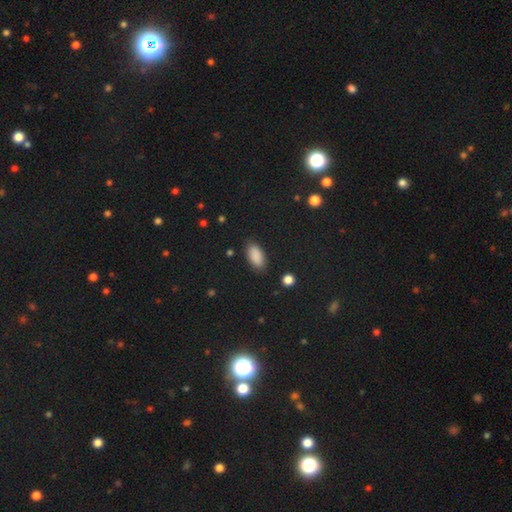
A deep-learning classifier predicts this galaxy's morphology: smooth_or_featured: smooth (p=0.88) [alt: star or artifact p=0.08]
how_rounded: in between (p=0.91) [alt: cigar-shaped p=0.06]
merging: none (p=0.84) [alt: minor disturbance p=0.11]